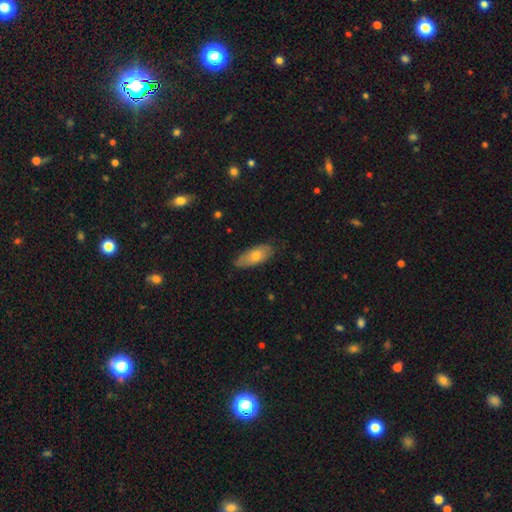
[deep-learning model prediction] smooth_or_featured: smooth (p=0.68) [alt: featured or disk p=0.26]
how_rounded: in between (p=0.84) [alt: cigar-shaped p=0.13]
merging: none (p=0.76) [alt: minor disturbance p=0.20]